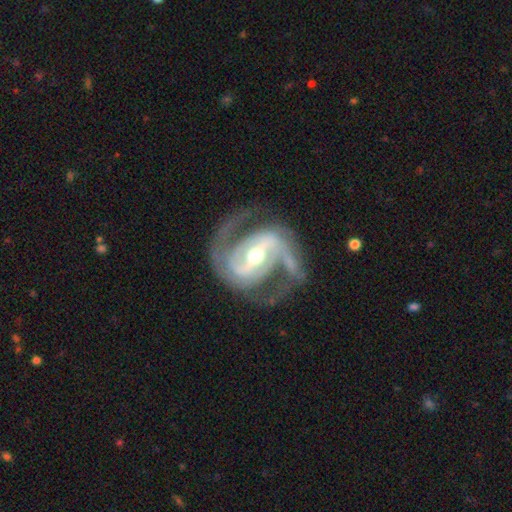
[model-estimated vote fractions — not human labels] smooth_or_featured: featured or disk (p=0.92) [alt: star or artifact p=0.04]
disk_edge_on: no (p=0.97) [alt: yes p=0.03]
bar: strong (p=0.63) [alt: weak p=0.27]
has_spiral_arms: yes (p=0.98) [alt: no p=0.02]
spiral_winding: medium (p=0.56) [alt: tight p=0.30]
spiral_arm_count: 2 (p=0.91) [alt: 3 p=0.03]
bulge_size: moderate (p=0.61) [alt: small p=0.33]
merging: none (p=0.74) [alt: minor disturbance p=0.14]